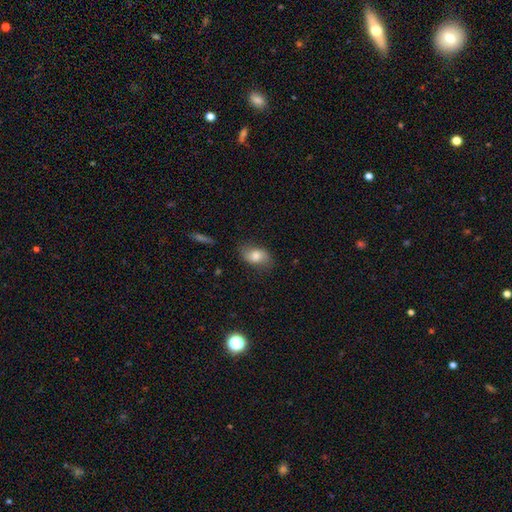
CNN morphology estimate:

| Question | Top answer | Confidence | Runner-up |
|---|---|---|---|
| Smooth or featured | smooth | 72% | featured or disk (20%) |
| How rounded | in between | 85% | round (13%) |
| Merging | none | 74% | minor disturbance (19%) |